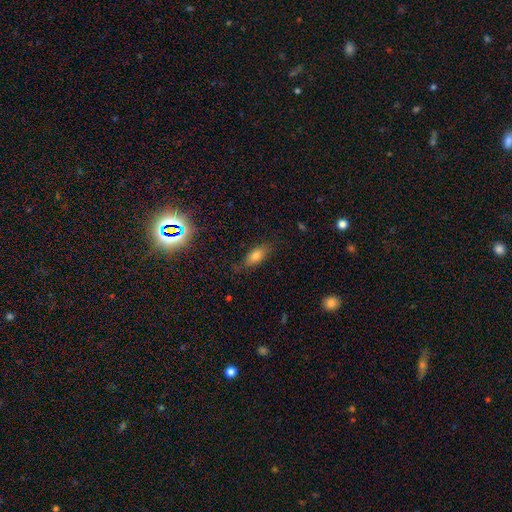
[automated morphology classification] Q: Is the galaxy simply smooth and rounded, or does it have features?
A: smooth — 72%.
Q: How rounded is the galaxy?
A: in between — 77%.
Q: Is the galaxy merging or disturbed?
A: none — 74%.